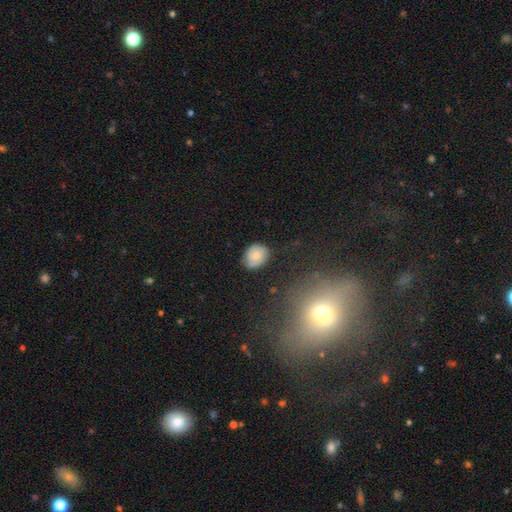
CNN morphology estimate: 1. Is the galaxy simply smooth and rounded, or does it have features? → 72% smooth, 19% featured or disk, 9% star or artifact.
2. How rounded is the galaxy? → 54% round, 45% in between, 1% cigar-shaped.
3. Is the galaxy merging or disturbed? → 71% none, 23% minor disturbance, 4% major disturbance, 2% merger.